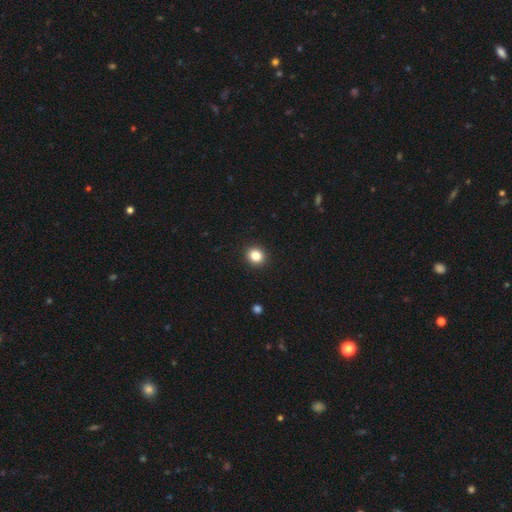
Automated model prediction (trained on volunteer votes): Smooth or featured? smooth (84%)
How rounded? round (82%)
Merging? none (92%)